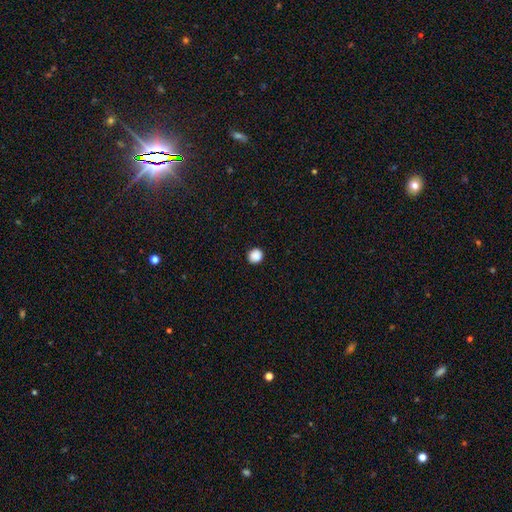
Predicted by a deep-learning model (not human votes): smooth-or-featured: smooth: 88% | star or artifact: 10% | featured or disk: 2%
  how-rounded: round: 91% | in between: 8% | cigar-shaped: 1%
  merging: none: 92% | minor disturbance: 5% | major disturbance: 2% | merger: 1%